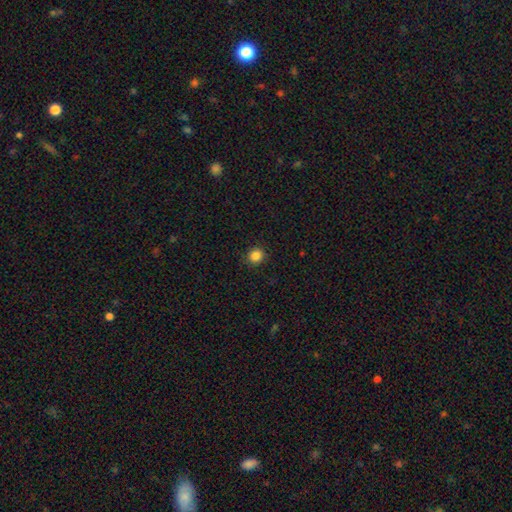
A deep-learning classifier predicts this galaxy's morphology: smooth_or_featured: smooth (p=0.86) [alt: star or artifact p=0.11]
how_rounded: round (p=0.91) [alt: in between p=0.08]
merging: none (p=0.91) [alt: minor disturbance p=0.06]